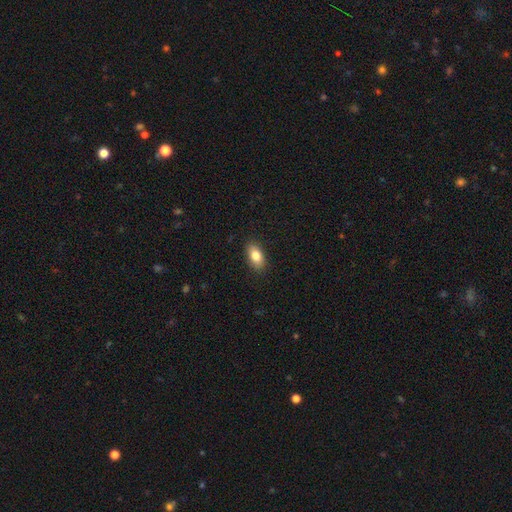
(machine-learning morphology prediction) A smooth galaxy with no disk features (82%) that is in between round and cigar-shaped (89%).

Vote fractions:
- Smooth or featured? smooth: 82% / featured or disk: 10% / star or artifact: 7%
- How rounded? in between: 89% / round: 6% / cigar-shaped: 4%
- Merging? none: 88% / minor disturbance: 9% / major disturbance: 2% / merger: 1%